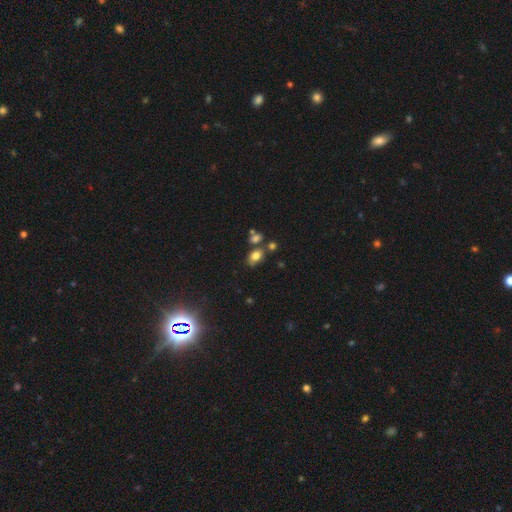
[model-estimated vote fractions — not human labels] Smooth or featured?
  - smooth: 78% *
  - star or artifact: 12%
  - featured or disk: 10%
How rounded?
  - in between: 84% *
  - round: 14%
  - cigar-shaped: 2%
Merging?
  - none: 61% *
  - merger: 19%
  - minor disturbance: 15%
  - major disturbance: 5%